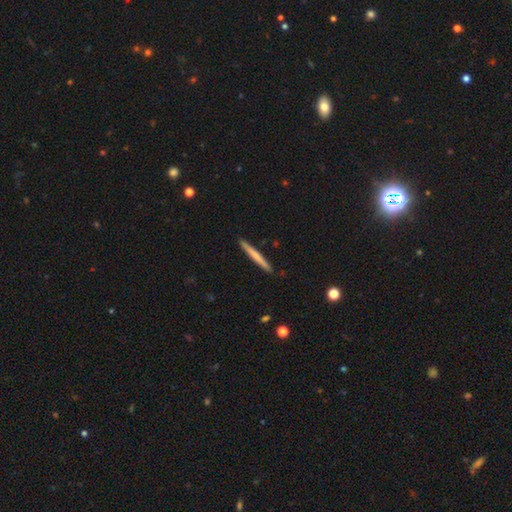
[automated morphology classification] type=smooth (60%); roundness=cigar-shaped (97%); merging=none (92%).